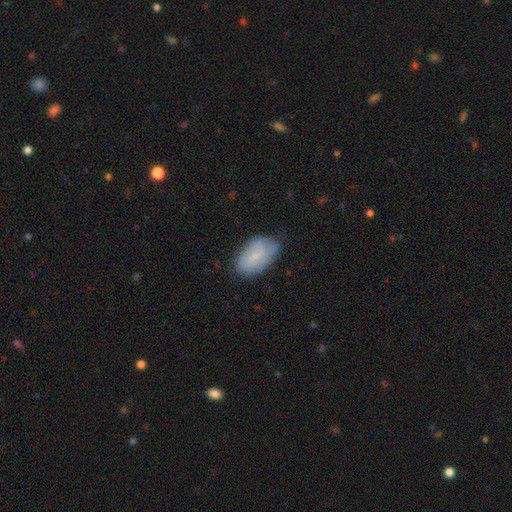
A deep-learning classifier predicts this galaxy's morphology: Smooth or featured?
  - smooth: 54% *
  - featured or disk: 38%
  - star or artifact: 7%
How rounded?
  - in between: 92% *
  - round: 6%
  - cigar-shaped: 2%
Merging?
  - none: 71% *
  - minor disturbance: 23%
  - major disturbance: 5%
  - merger: 1%